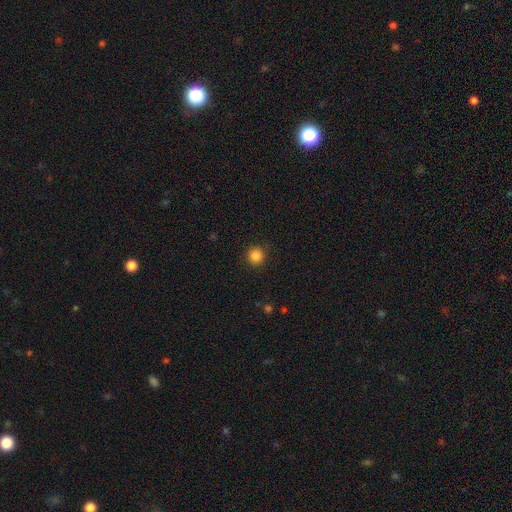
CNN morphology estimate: smooth_or_featured: smooth (p=0.86) [alt: star or artifact p=0.11]
how_rounded: round (p=0.94) [alt: in between p=0.05]
merging: none (p=0.90) [alt: minor disturbance p=0.06]